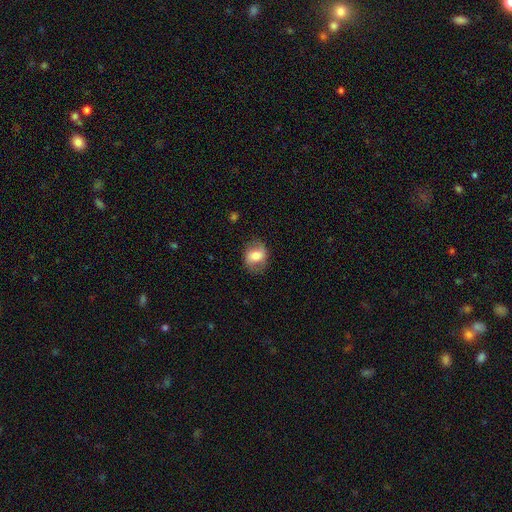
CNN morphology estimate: This is likely a smooth galaxy (62%). How rounded: possibly in between (55%). Merging: likely none (75%).